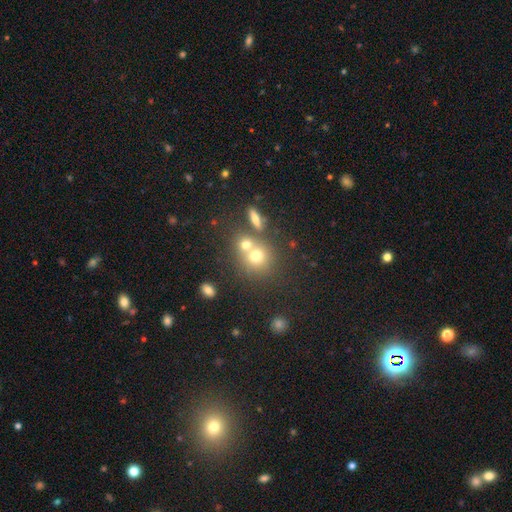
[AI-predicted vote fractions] The model was most divided on "merging": none: 46%, merger: 42%, minor disturbance: 8%, major disturbance: 4%. More confident: how rounded — round (81%); smooth or featured — smooth (69%).